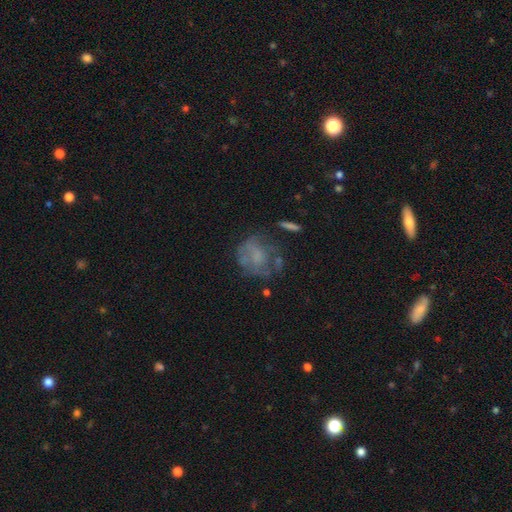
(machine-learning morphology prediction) Q: Smooth or featured?
A: featured or disk (44%); runner-up: smooth (42%)
Q: Merging?
A: none (47%); runner-up: major disturbance (24%)